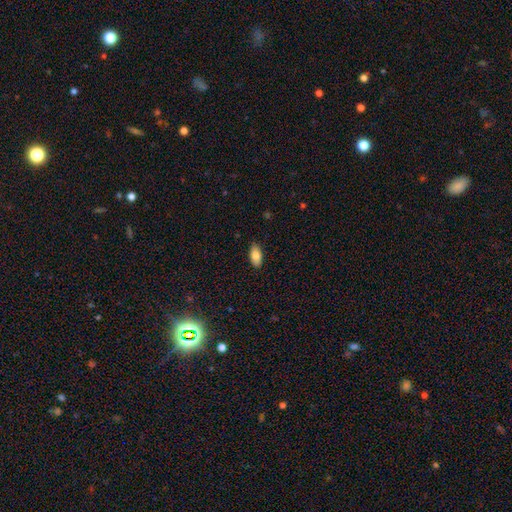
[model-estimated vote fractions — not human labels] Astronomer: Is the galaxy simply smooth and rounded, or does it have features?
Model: smooth — 82%.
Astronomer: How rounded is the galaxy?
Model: in between — 91%.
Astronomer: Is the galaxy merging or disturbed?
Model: none — 88%.